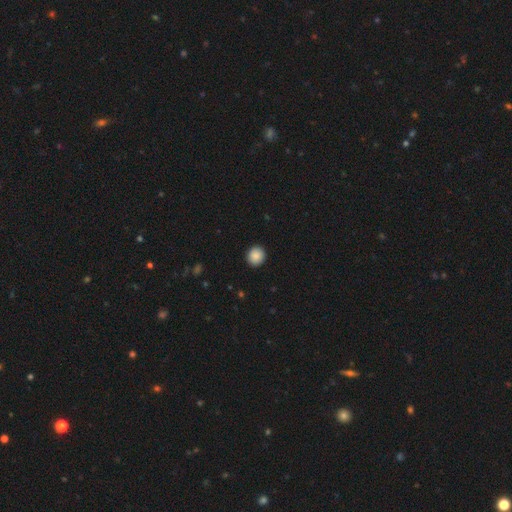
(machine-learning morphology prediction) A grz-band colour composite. It shows a smooth galaxy with no disk features (89%) that is round (87%). Merging: none (93%).